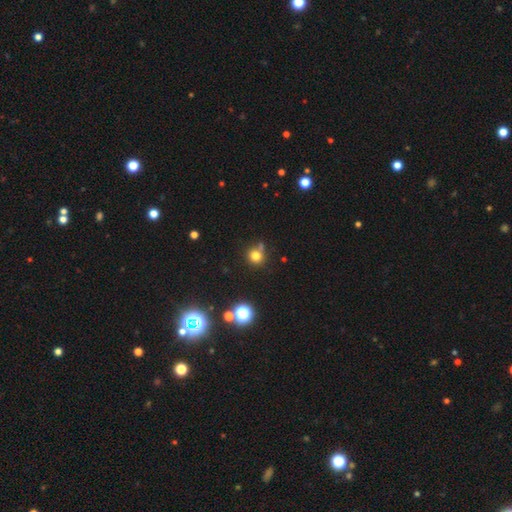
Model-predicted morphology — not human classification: type=smooth (76%); roundness=round (90%); merging=none (67%).